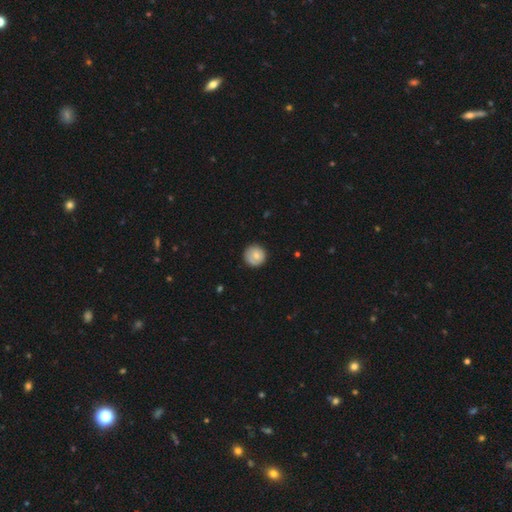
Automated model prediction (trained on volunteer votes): This appears to be a smooth galaxy with no disk features (77%) that is round (95%). Merging: none (85%).